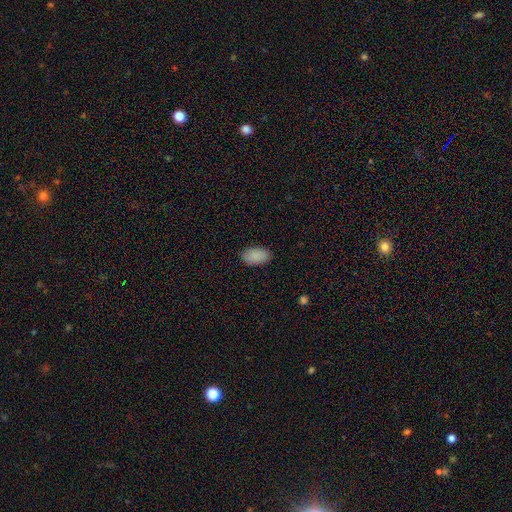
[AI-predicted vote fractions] Morphology: type=smooth (90%); roundness=in between (95%); merging=none (88%).